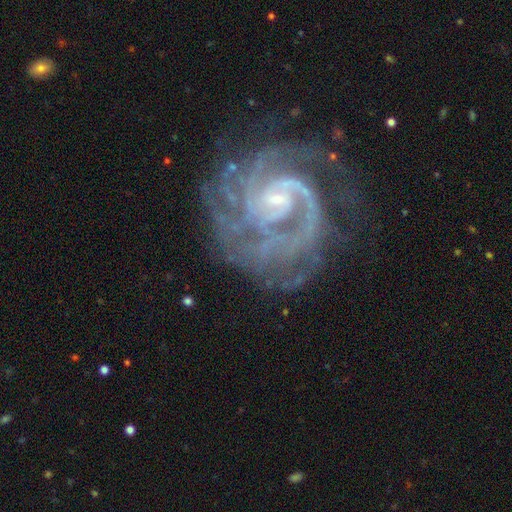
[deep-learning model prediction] featured or disk 90%, star or artifact 7%, smooth 3%. Down the decision tree: edge-on disk — no (98%); bar — no (47%); spiral arms — yes (98%); spiral arm count — 2 (37%); spiral winding — tight (66%); bulge size — small (74%); merging — none (72%).